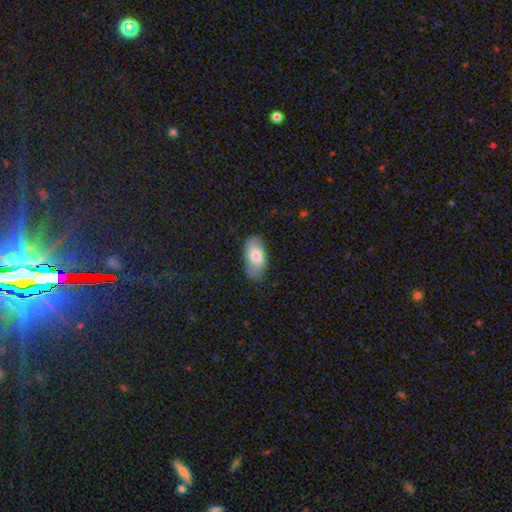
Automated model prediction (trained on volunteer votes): Smooth or featured?
  - smooth: 67% *
  - featured or disk: 27%
  - star or artifact: 6%
How rounded?
  - in between: 94% *
  - round: 3%
  - cigar-shaped: 3%
Merging?
  - none: 77% *
  - minor disturbance: 18%
  - major disturbance: 4%
  - merger: 1%